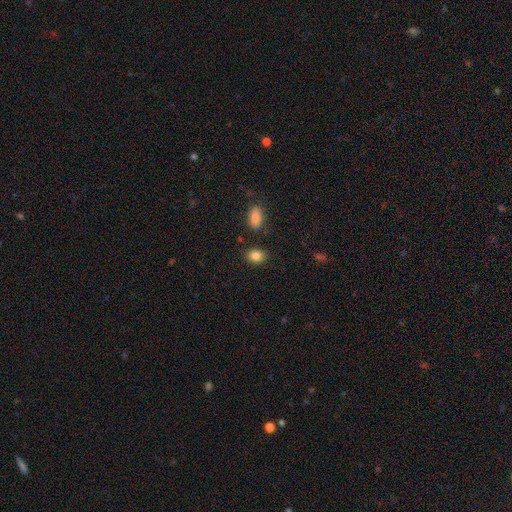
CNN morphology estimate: smooth_or_featured: smooth (p=0.86) [alt: star or artifact p=0.09]
how_rounded: in between (p=0.59) [alt: round p=0.40]
merging: none (p=0.83) [alt: minor disturbance p=0.10]